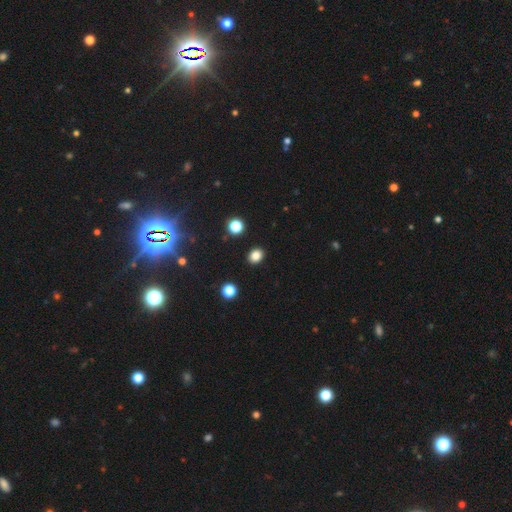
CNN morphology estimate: The model was most divided on "how rounded": round: 51%, in between: 48%, cigar-shaped: 1%. More confident: merging — none (90%); smooth or featured — smooth (84%).